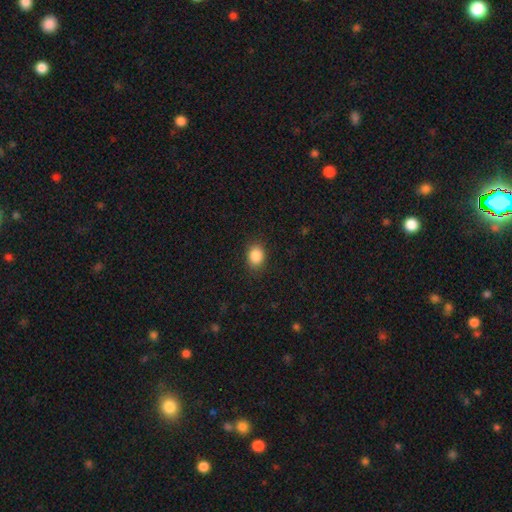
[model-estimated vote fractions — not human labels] smooth_or_featured: smooth (p=0.88) [alt: star or artifact p=0.09]
how_rounded: in between (p=0.57) [alt: round p=0.42]
merging: none (p=0.86) [alt: minor disturbance p=0.10]